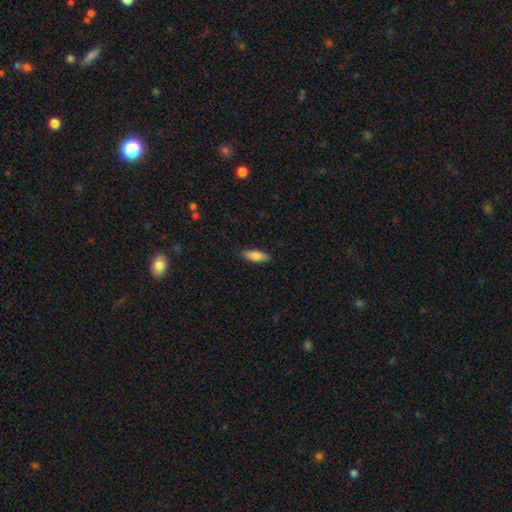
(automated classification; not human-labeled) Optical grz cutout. It shows a smooth galaxy with no disk features (80%) that is in between round and cigar-shaped (62%). Merging: none (88%).